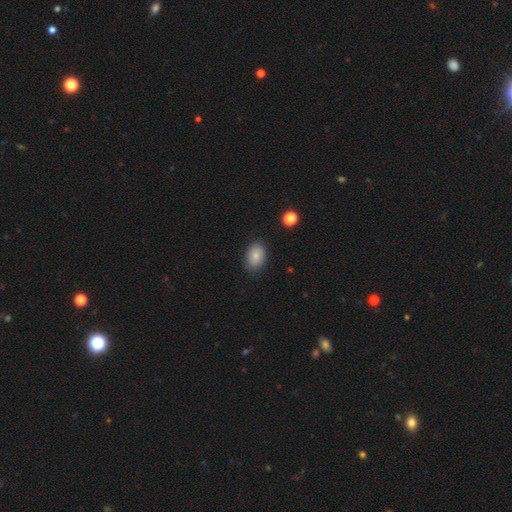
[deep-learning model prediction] Morphology: type=smooth (82%); roundness=in between (82%); merging=none (83%).